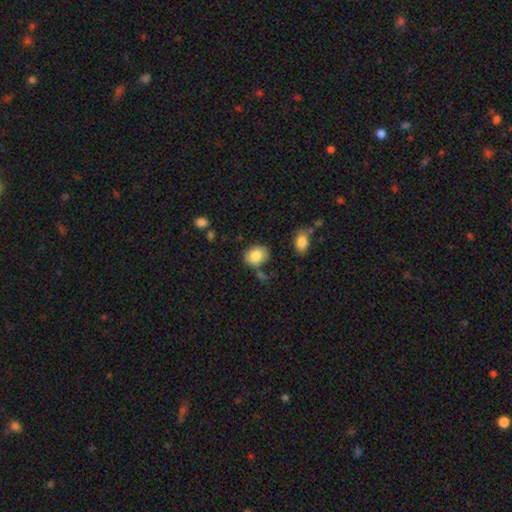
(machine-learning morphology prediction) smooth-or-featured: smooth: 82% | featured or disk: 10% | star or artifact: 8%
  how-rounded: in between: 63% | round: 36% | cigar-shaped: 1%
  merging: none: 67% | minor disturbance: 19% | merger: 9% | major disturbance: 5%